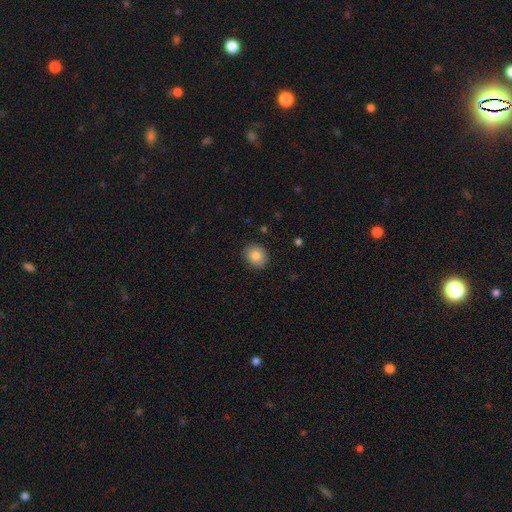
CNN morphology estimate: smooth 83%, featured or disk 9%, star or artifact 8%. Down the decision tree: how rounded — round (66%); merging — none (89%).